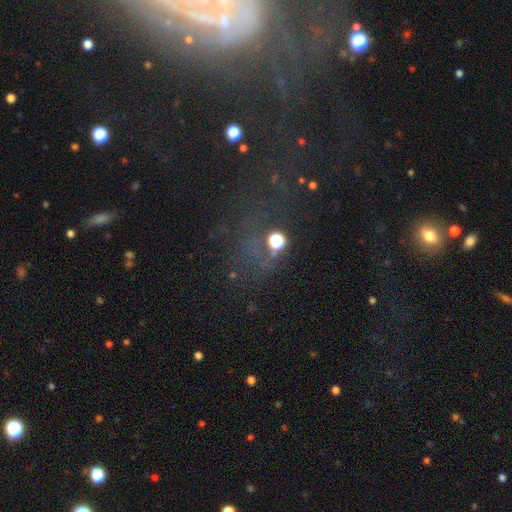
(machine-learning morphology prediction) star or artifact 54%, smooth 29%, featured or disk 17%.